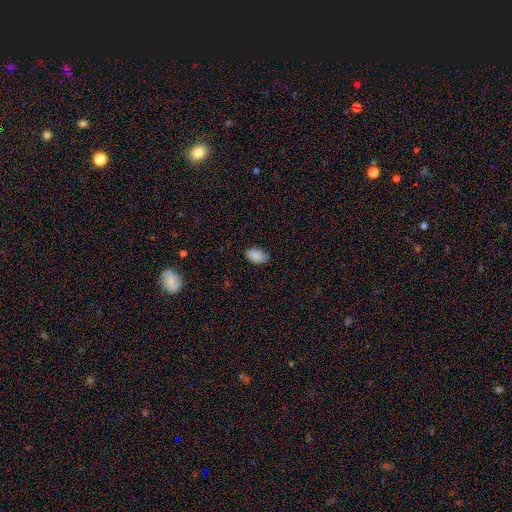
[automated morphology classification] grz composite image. It shows a smooth galaxy with no disk features (86%) that is in between round and cigar-shaped (90%). Merging: none (74%).